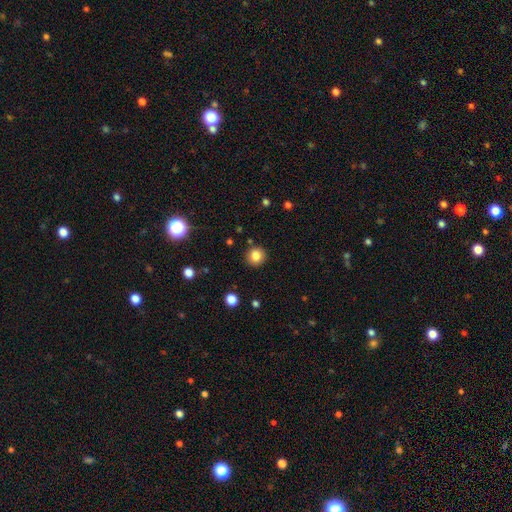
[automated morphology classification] type=smooth (83%); roundness=round (90%); merging=none (89%).